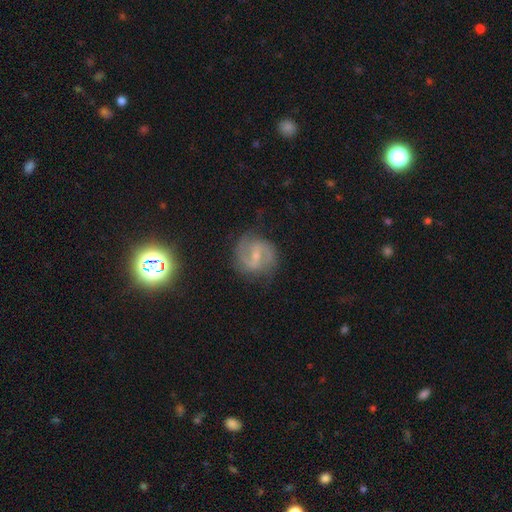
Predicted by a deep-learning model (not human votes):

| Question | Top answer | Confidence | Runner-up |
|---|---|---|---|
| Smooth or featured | featured or disk | 83% | smooth (11%) |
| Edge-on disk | no | 98% | yes (2%) |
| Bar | weak | 53% | strong (28%) |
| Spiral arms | yes | 94% | no (6%) |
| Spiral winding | medium | 55% | tight (24%) |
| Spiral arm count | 2 | 89% | can't tell (5%) |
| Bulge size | small | 60% | moderate (33%) |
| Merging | none | 77% | minor disturbance (16%) |